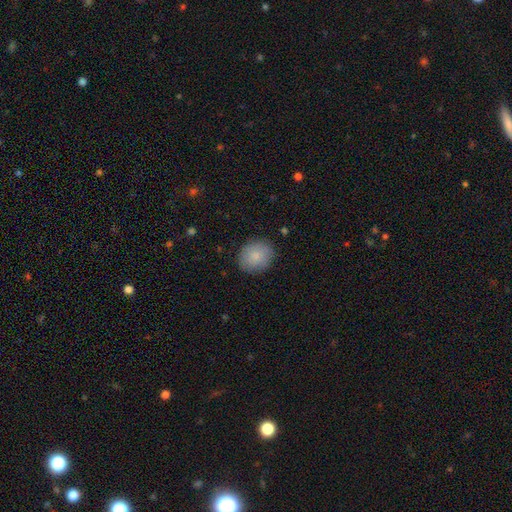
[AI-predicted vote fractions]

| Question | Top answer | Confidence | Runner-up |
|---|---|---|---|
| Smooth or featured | smooth | 84% | featured or disk (9%) |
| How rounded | round | 67% | in between (32%) |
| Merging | none | 86% | minor disturbance (10%) |